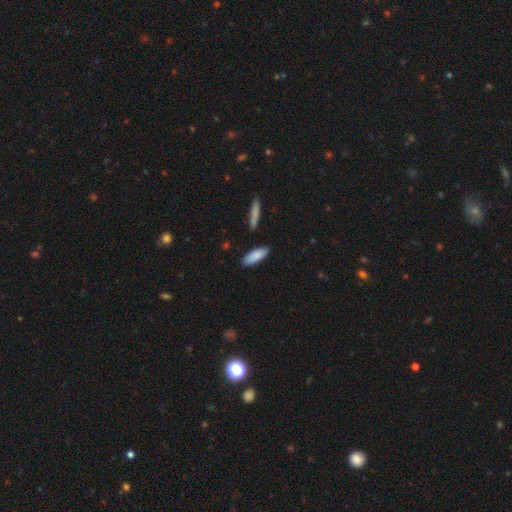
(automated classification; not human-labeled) smooth 85%, featured or disk 9%, star or artifact 6%. Down the decision tree: how rounded — in between (69%); merging — none (84%).